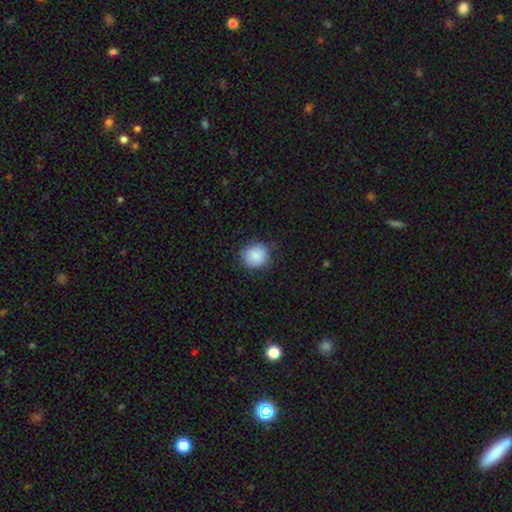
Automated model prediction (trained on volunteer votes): A smooth galaxy with no disk features (88%) that is round (85%). Merging: none (83%).